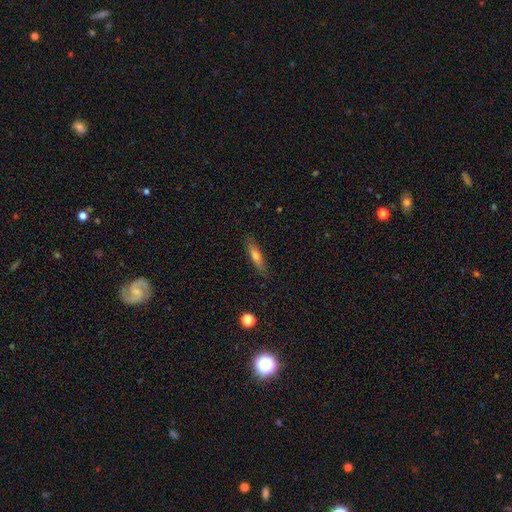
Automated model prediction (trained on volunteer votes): smooth-or-featured: smooth: 63% | featured or disk: 30% | star or artifact: 7%
  how-rounded: cigar-shaped: 70% | in between: 28% | round: 2%
  merging: none: 83% | minor disturbance: 13% | major disturbance: 3% | merger: 1%